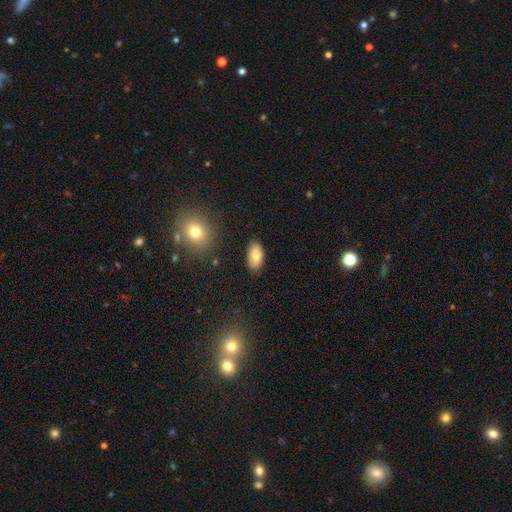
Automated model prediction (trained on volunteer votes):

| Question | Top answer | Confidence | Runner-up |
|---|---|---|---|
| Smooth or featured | smooth | 74% | featured or disk (18%) |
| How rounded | in between | 92% | cigar-shaped (5%) |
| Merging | none | 83% | minor disturbance (13%) |